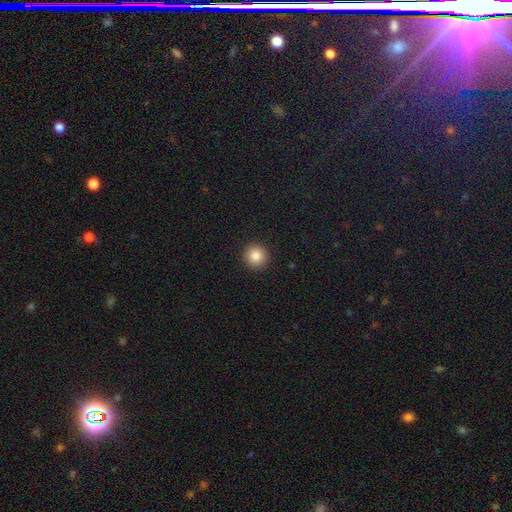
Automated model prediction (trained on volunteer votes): smooth-or-featured: smooth: 85% | star or artifact: 10% | featured or disk: 5%
  how-rounded: round: 95% | in between: 4% | cigar-shaped: 1%
  merging: none: 93% | minor disturbance: 5% | major disturbance: 2% | merger: 1%